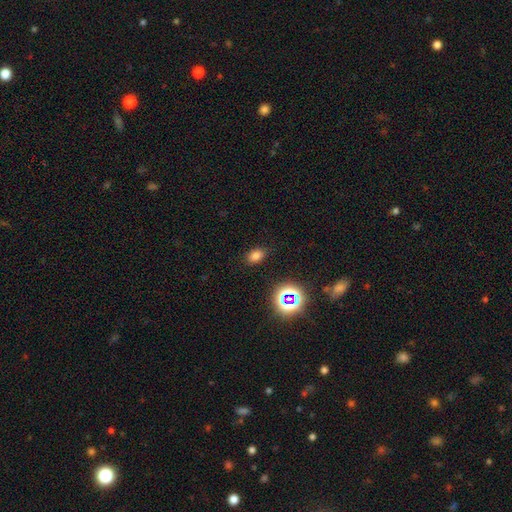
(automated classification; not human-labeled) Overall: smooth (74%). How rounded: in between (82%). Merging: none (86%).